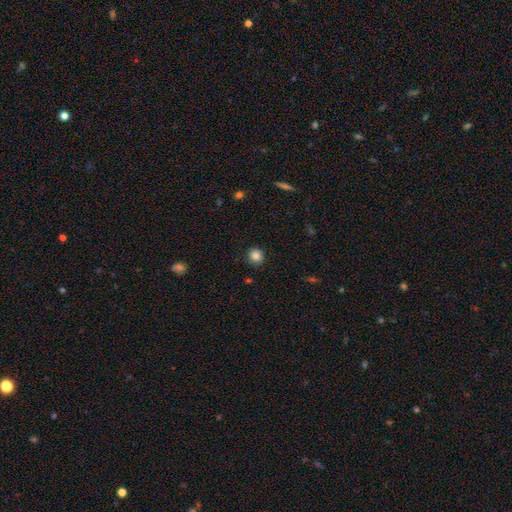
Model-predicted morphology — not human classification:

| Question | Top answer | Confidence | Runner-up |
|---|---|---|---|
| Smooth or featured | smooth | 84% | star or artifact (10%) |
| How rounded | round | 87% | in between (12%) |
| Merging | none | 88% | minor disturbance (9%) |